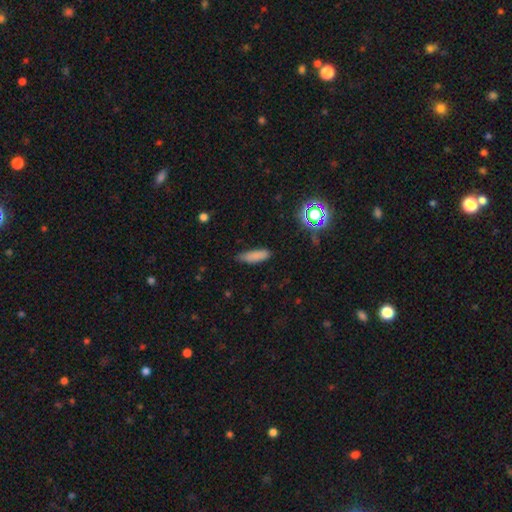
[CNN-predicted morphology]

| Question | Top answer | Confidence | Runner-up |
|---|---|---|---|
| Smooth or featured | smooth | 82% | star or artifact (11%) |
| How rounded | cigar-shaped | 53% | in between (45%) |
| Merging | none | 74% | minor disturbance (21%) |